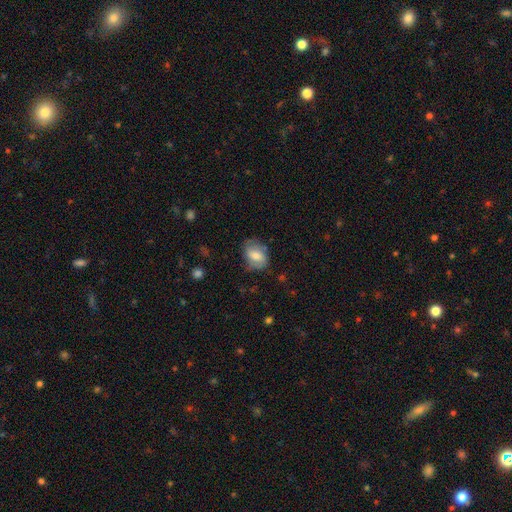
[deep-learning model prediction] Smooth or featured? smooth (68%)
How rounded? in between (76%)
Merging? none (64%)